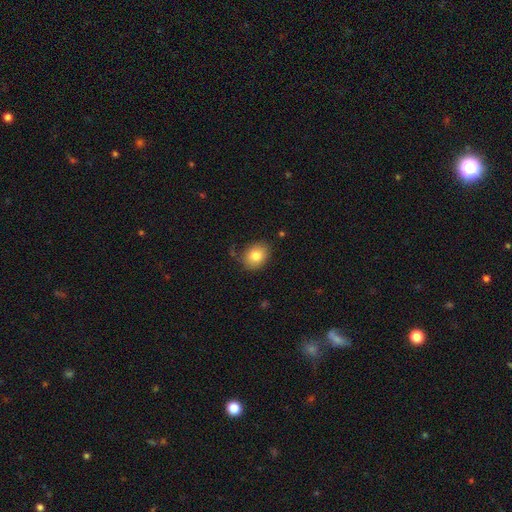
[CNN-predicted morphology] Smooth or featured: smooth — 81% (featured or disk — 10%)
How rounded: in between — 51% (round — 48%)
Merging: none — 82% (minor disturbance — 13%)